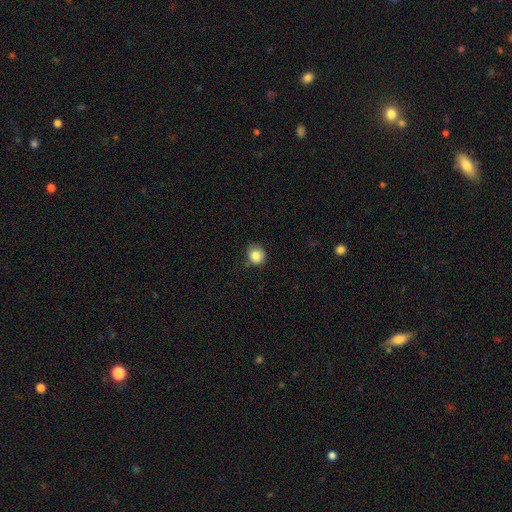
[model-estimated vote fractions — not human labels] Overall: smooth (85%). How rounded: round (85%). Merging: none (75%).